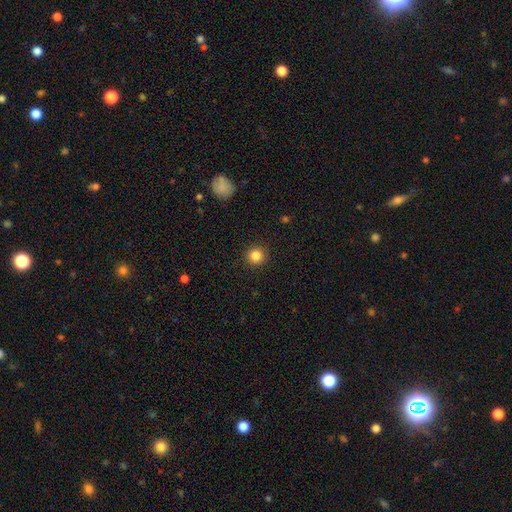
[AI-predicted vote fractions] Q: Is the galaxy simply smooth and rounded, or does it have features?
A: smooth — 85%.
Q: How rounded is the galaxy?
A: round — 94%.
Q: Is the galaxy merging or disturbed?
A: none — 91%.